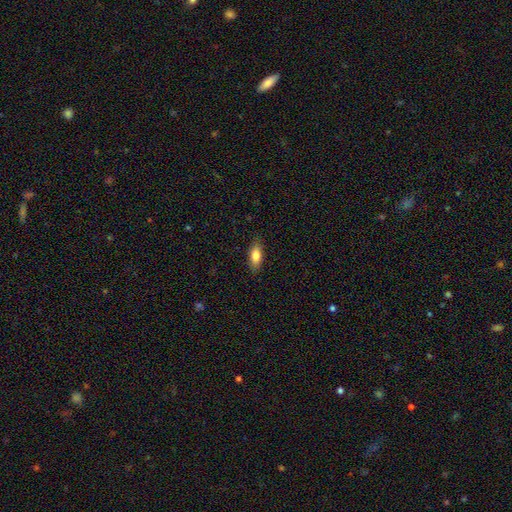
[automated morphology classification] Smooth or featured? Predicted: smooth (p=0.81). How rounded? Predicted: in between (p=0.78). Merging? Predicted: none (p=0.86).